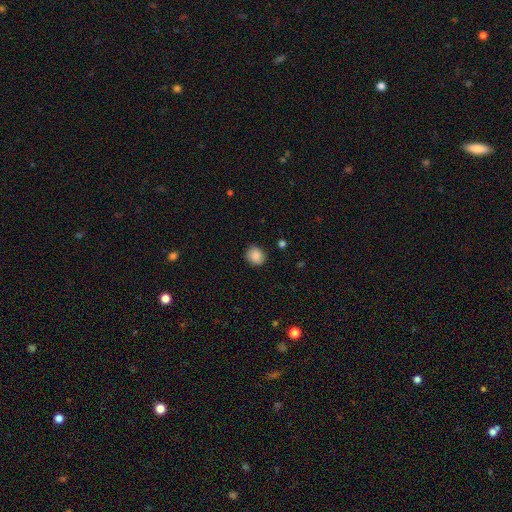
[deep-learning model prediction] Q: Smooth or featured?
A: smooth (87%); runner-up: star or artifact (9%)
Q: How rounded?
A: round (72%); runner-up: in between (27%)
Q: Merging?
A: none (87%); runner-up: minor disturbance (10%)